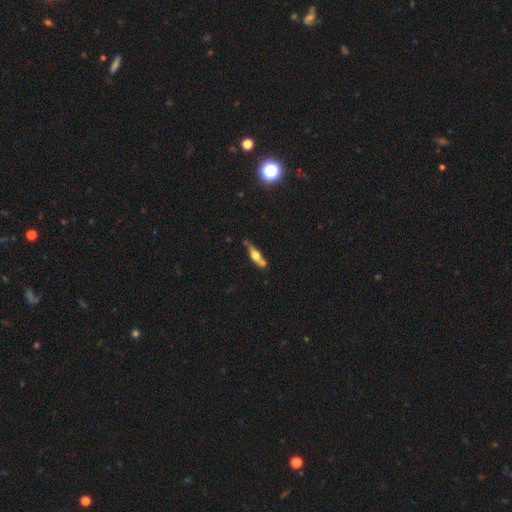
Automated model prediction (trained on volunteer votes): Q: Smooth or featured?
A: featured or disk (55%); runner-up: smooth (38%)
Q: Edge-on disk?
A: yes (85%); runner-up: no (15%)
Q: Merging?
A: none (60%); runner-up: minor disturbance (20%)